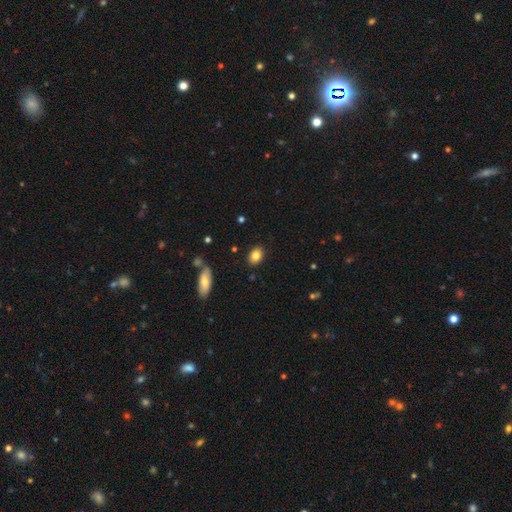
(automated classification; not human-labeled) smooth-or-featured: smooth: 83% | featured or disk: 9% | star or artifact: 9%
  how-rounded: in between: 76% | round: 22% | cigar-shaped: 2%
  merging: none: 87% | minor disturbance: 9% | major disturbance: 2% | merger: 2%